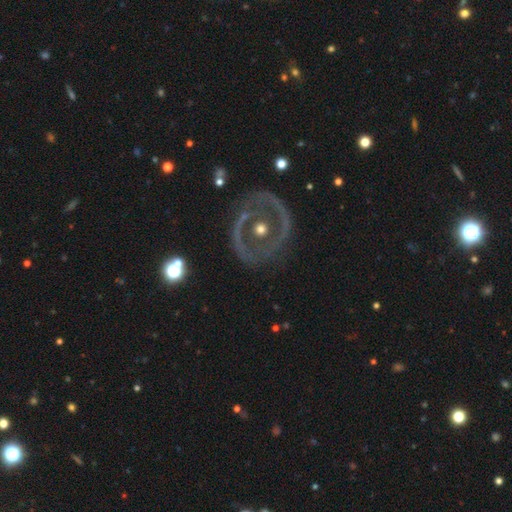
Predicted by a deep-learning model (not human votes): This is likely a featured or disk galaxy (76%). It is clearly not viewed edge-on (95%). Bar: likely no (62%). Spiral arm pattern: likely no (69%). Central bulge: likely moderate (66%). Merging: likely none (77%).